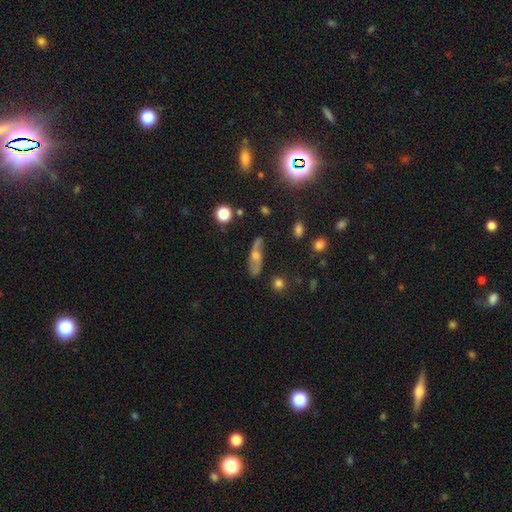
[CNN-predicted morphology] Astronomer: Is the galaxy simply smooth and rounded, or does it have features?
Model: featured or disk — 45% (runner-up: smooth, 37%).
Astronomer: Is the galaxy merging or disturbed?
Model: none — 60%.